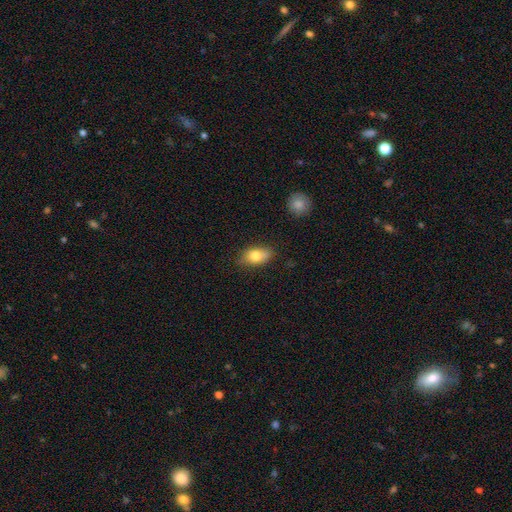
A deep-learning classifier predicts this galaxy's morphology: This is likely a smooth galaxy (80%). How rounded: clearly in between (87%). Merging: likely none (78%).